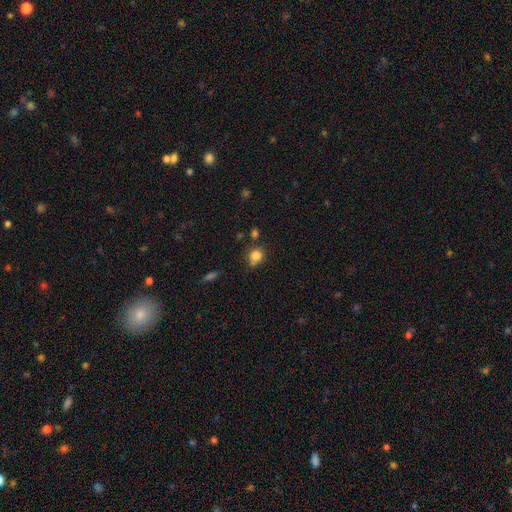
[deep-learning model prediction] Smooth or featured? smooth (83%)
How rounded? round (71%)
Merging? none (62%)